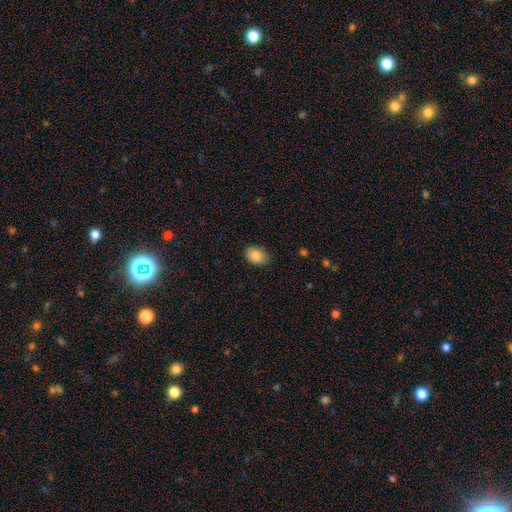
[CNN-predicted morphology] Q: Smooth or featured?
A: smooth (86%); runner-up: star or artifact (8%)
Q: How rounded?
A: in between (75%); runner-up: round (24%)
Q: Merging?
A: none (84%); runner-up: minor disturbance (13%)